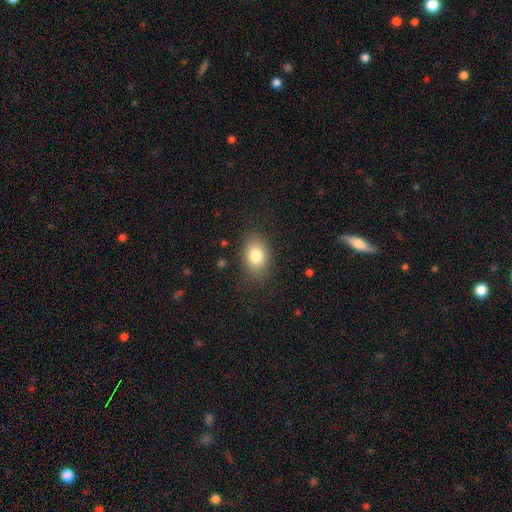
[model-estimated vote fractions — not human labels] Smooth or featured: smooth — 80% (featured or disk — 11%)
How rounded: in between — 79% (round — 20%)
Merging: none — 83% (minor disturbance — 12%)